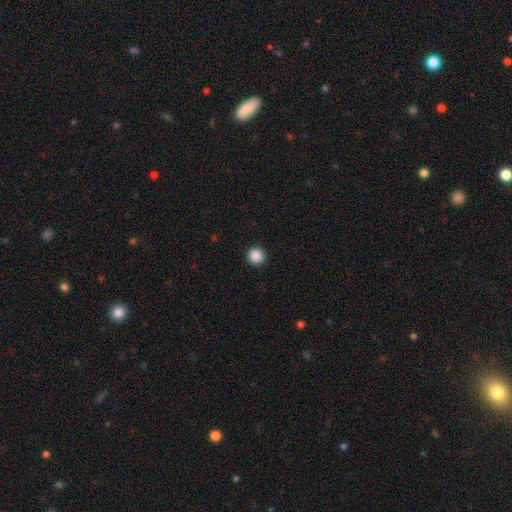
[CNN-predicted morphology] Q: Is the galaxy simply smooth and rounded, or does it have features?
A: smooth — 89%.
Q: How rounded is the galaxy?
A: round — 96%.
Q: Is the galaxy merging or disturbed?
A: none — 93%.